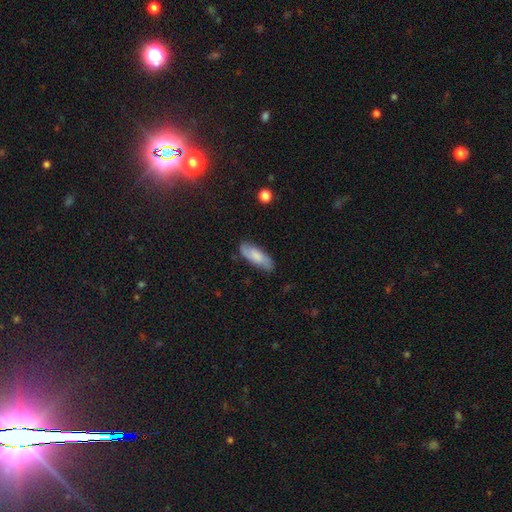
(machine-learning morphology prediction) smooth_or_featured: smooth (p=0.67) [alt: featured or disk p=0.27]
how_rounded: in between (p=0.69) [alt: cigar-shaped p=0.29]
merging: none (p=0.78) [alt: minor disturbance p=0.17]